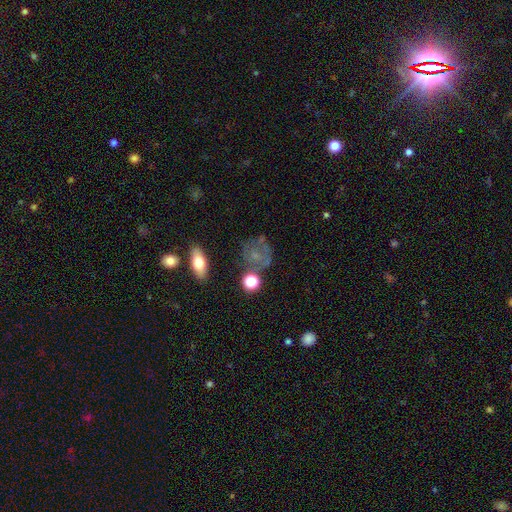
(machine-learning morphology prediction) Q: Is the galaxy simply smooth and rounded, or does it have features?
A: smooth — 50%.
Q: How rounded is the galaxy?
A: round — 65%.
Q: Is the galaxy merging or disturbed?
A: none — 52%.